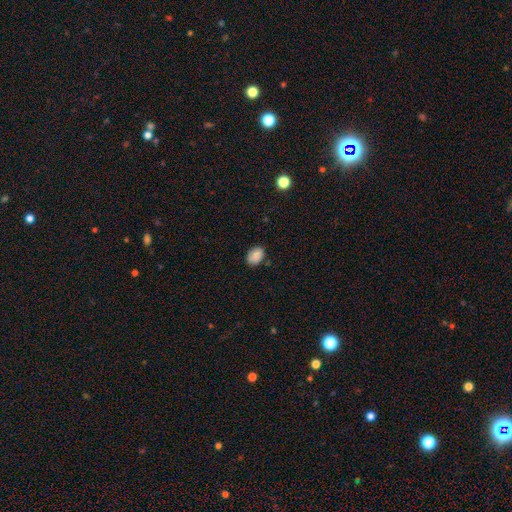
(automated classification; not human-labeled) smooth_or_featured: smooth (p=0.88) [alt: star or artifact p=0.08]
how_rounded: in between (p=0.79) [alt: round p=0.20]
merging: none (p=0.81) [alt: minor disturbance p=0.15]